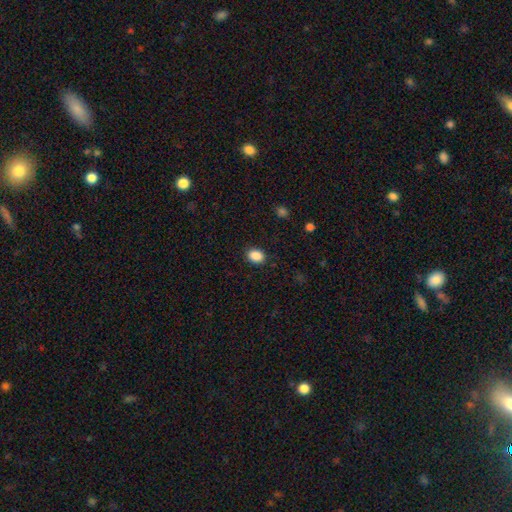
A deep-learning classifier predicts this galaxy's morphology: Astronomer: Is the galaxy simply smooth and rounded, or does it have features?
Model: smooth — 88%.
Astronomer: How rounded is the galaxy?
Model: in between — 61% (runner-up: round, 38%).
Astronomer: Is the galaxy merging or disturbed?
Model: none — 88%.